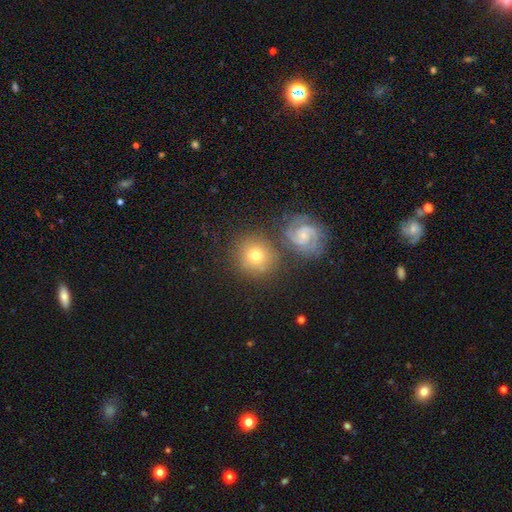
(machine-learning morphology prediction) A smooth galaxy with no disk features (53%) that is round (87%). Merging: none (74%).